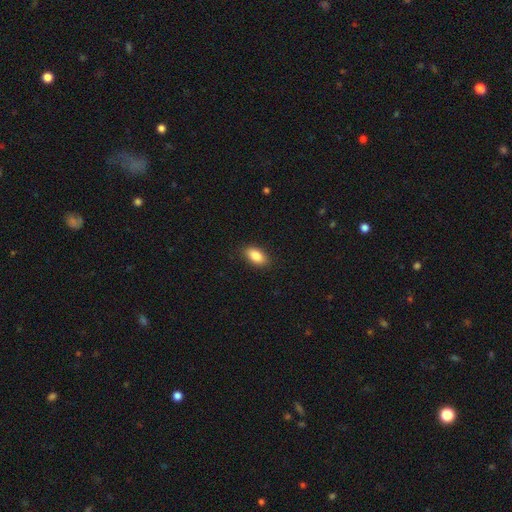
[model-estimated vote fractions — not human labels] Smooth or featured? smooth (87%)
How rounded? in between (91%)
Merging? none (88%)